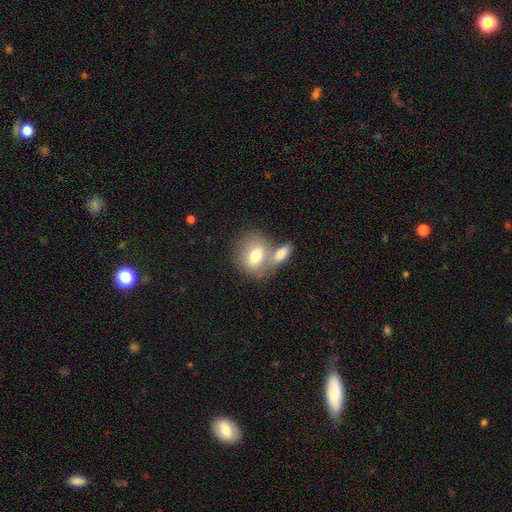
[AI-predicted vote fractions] Overall: smooth (71%). How rounded: round (50%; in between 48%). Merging: merger (43%; none 42%).